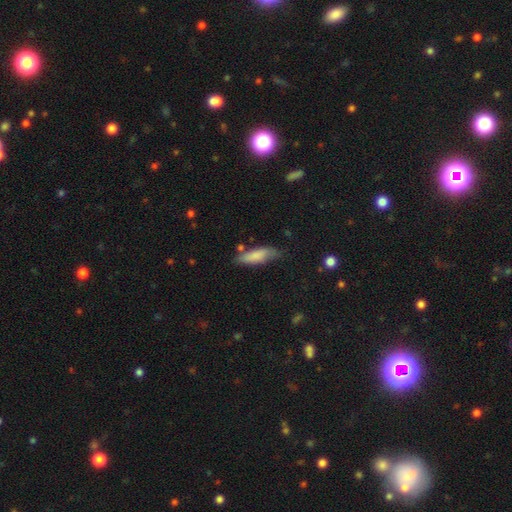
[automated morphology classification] smooth_or_featured: smooth (p=0.80) [alt: featured or disk p=0.14]
how_rounded: in between (p=0.51) [alt: cigar-shaped p=0.48]
merging: none (p=0.64) [alt: minor disturbance p=0.25]